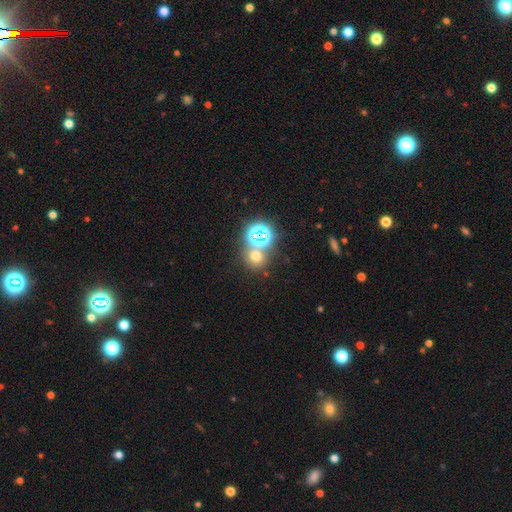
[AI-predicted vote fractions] This appears to be a smooth galaxy with no disk features (53%) that is round (82%). Merging: none (65%).